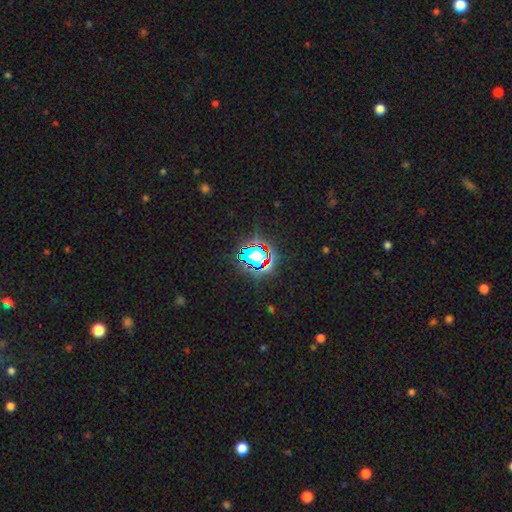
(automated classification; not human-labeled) smooth-or-featured: star or artifact: 69% | smooth: 19% | featured or disk: 12%